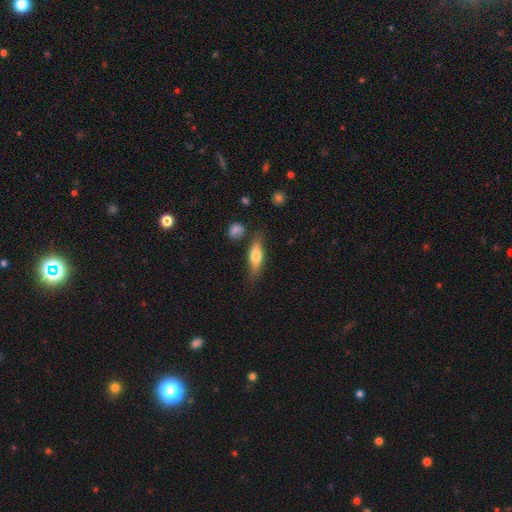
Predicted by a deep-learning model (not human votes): smooth_or_featured: smooth (p=0.59) [alt: featured or disk p=0.34]
how_rounded: cigar-shaped (p=0.54) [alt: in between p=0.43]
merging: none (p=0.75) [alt: minor disturbance p=0.16]